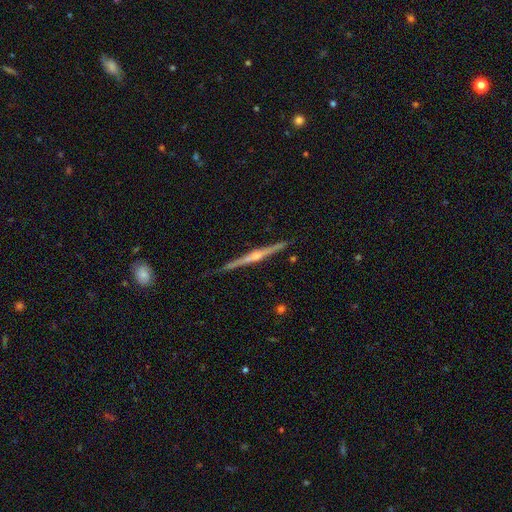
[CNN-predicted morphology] This is clearly a featured or disk galaxy (85%). It is clearly viewed edge-on (99%). Edge-on bulge: clearly rounded (87%). Merging: clearly none (89%).